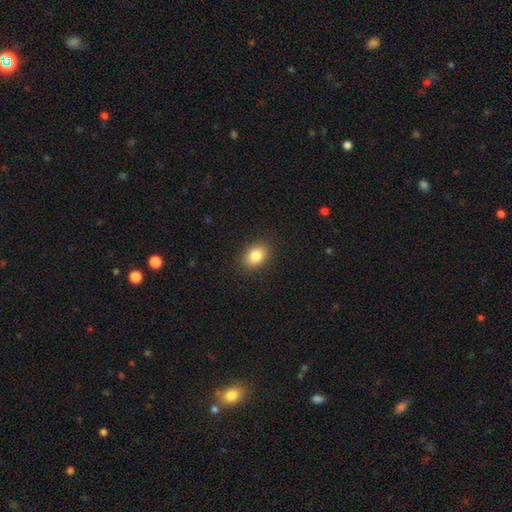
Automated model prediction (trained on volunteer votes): Smooth or featured: smooth — 85% (star or artifact — 9%)
How rounded: in between — 73% (round — 26%)
Merging: none — 89% (minor disturbance — 8%)